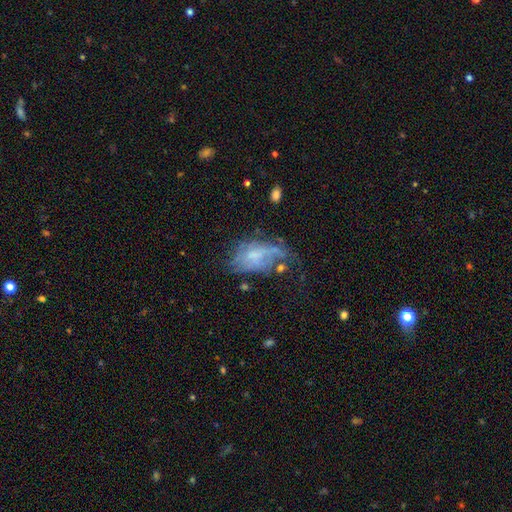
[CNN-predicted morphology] Overall: featured or disk (56%; smooth 33%). Edge-on disk: no (94%). Bar: no (65%; weak 30%). Spiral arms: yes (56%; no 44%). Bulge size: small (40%; moderate 28%). Merging: major disturbance (36%; none 32%).